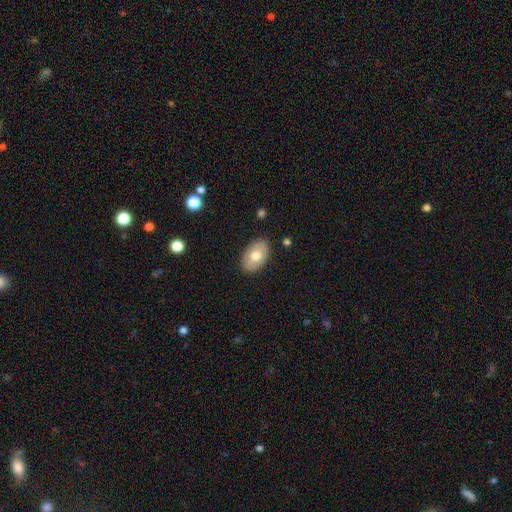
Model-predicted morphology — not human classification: smooth_or_featured: smooth (p=0.72) [alt: featured or disk p=0.22]
how_rounded: in between (p=0.90) [alt: round p=0.09]
merging: none (p=0.87) [alt: minor disturbance p=0.10]